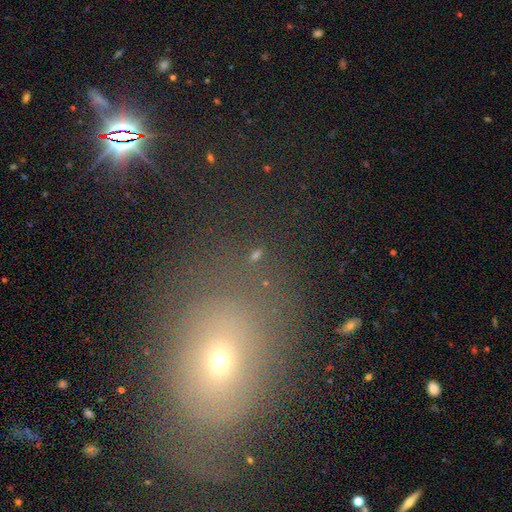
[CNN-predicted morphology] smooth_or_featured: star or artifact (p=0.44) [alt: smooth p=0.41]